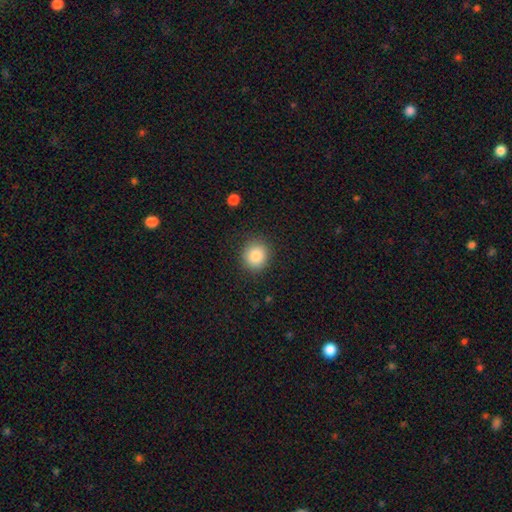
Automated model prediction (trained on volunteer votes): smooth_or_featured: smooth (p=0.87) [alt: star or artifact p=0.09]
how_rounded: round (p=0.83) [alt: in between p=0.16]
merging: none (p=0.88) [alt: minor disturbance p=0.08]